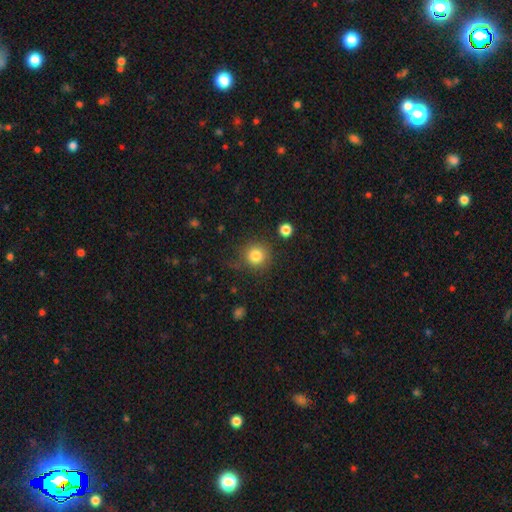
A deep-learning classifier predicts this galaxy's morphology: Smooth or featured?
  - smooth: 83% *
  - star or artifact: 11%
  - featured or disk: 6%
How rounded?
  - round: 92% *
  - in between: 7%
  - cigar-shaped: 1%
Merging?
  - none: 81% *
  - minor disturbance: 11%
  - major disturbance: 4%
  - merger: 3%